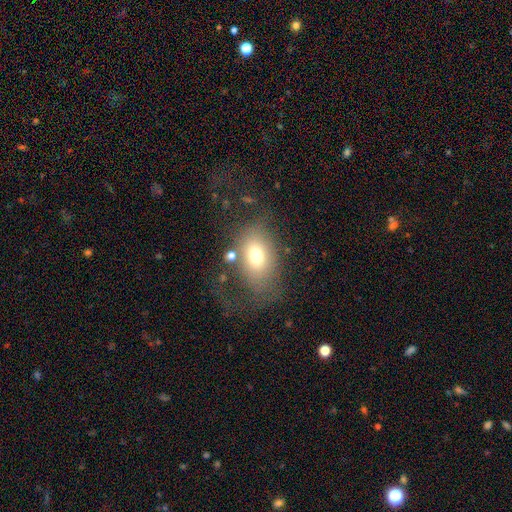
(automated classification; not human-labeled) Smooth or featured: smooth — 68% (featured or disk — 20%)
How rounded: in between — 75% (round — 24%)
Merging: none — 53% (major disturbance — 22%)